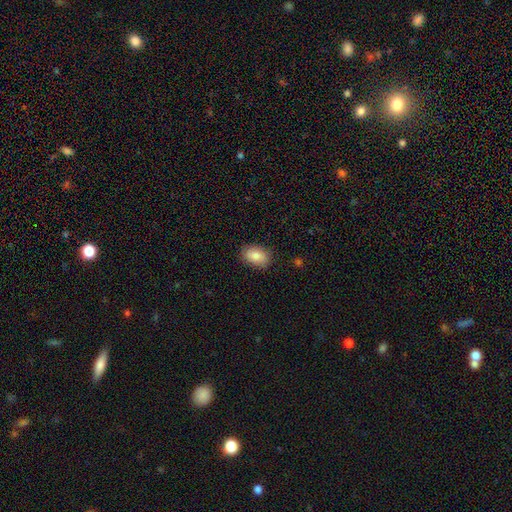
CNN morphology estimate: A smooth galaxy with no disk features (83%) that is in between round and cigar-shaped (85%).

Vote fractions:
- Smooth or featured? smooth: 83% / featured or disk: 9% / star or artifact: 7%
- How rounded? in between: 85% / round: 13% / cigar-shaped: 1%
- Merging? none: 85% / minor disturbance: 12% / major disturbance: 3% / merger: 1%